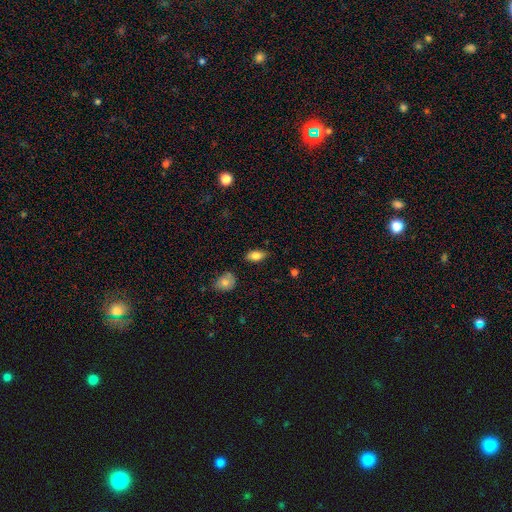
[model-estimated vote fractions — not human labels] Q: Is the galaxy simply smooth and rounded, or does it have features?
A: smooth — 79%.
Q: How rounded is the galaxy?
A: in between — 88%.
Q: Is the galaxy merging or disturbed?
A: none — 83%.